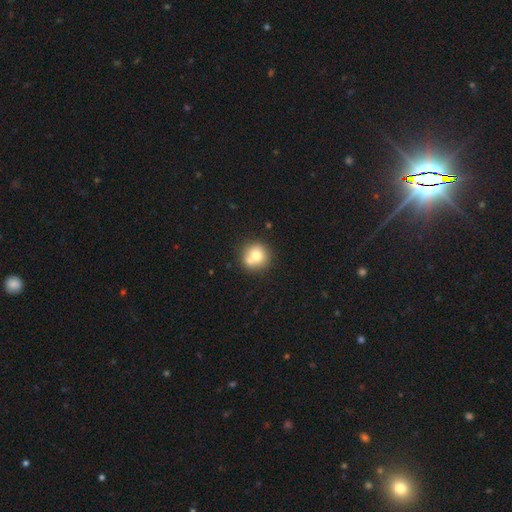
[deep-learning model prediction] Smooth or featured? smooth (73%)
How rounded? round (90%)
Merging? none (60%)